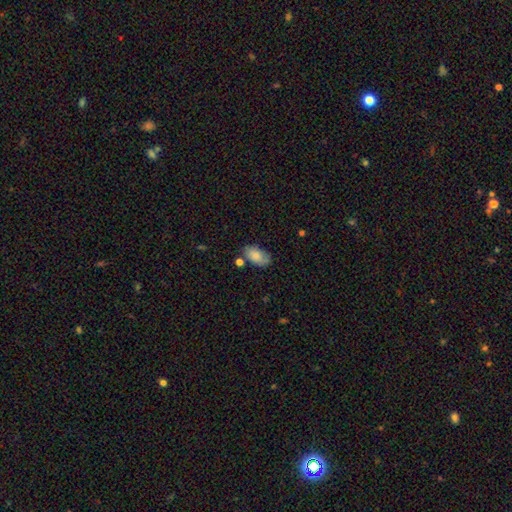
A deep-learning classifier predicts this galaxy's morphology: Smooth or featured? smooth (84%)
How rounded? in between (93%)
Merging? none (68%)